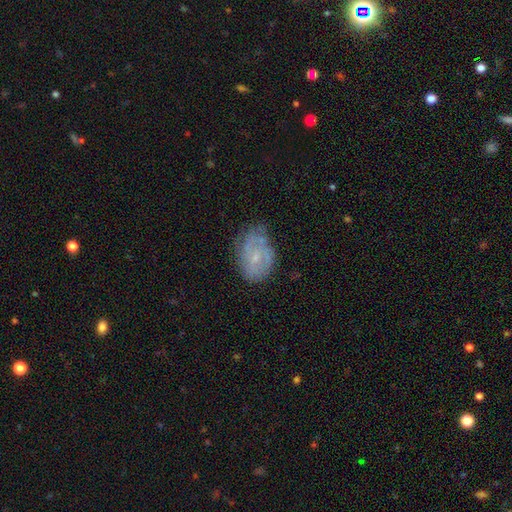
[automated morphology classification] type=featured or disk (57%); edge-on=no (96%); bar=no (65%); spiral arms=yes (66%); bulge=small (66%); merging=none (53%).